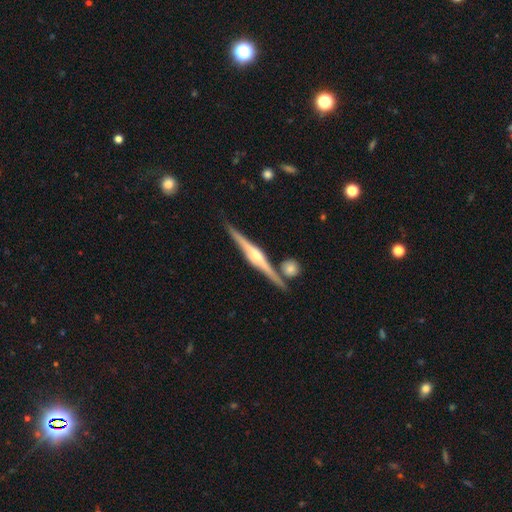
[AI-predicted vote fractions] smooth-or-featured: featured or disk: 85% | smooth: 10% | star or artifact: 5%
  disk-edge-on: yes: 98% | no: 2%
    edge-on-bulge: rounded: 81% | boxy: 14% | none: 5%
  merging: none: 84% | minor disturbance: 8% | merger: 6% | major disturbance: 2%